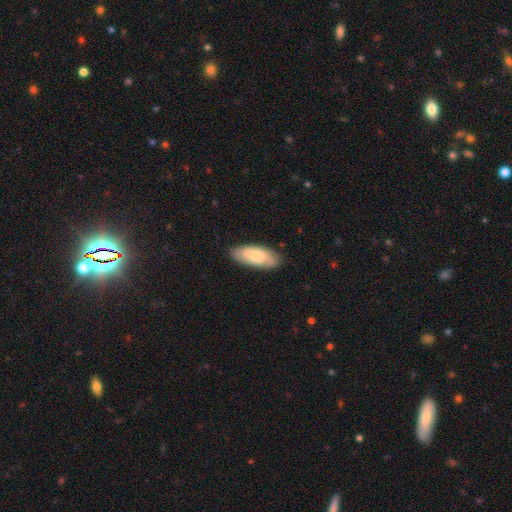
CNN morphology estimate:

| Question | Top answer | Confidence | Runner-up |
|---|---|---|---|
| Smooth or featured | smooth | 61% | featured or disk (33%) |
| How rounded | in between | 83% | cigar-shaped (15%) |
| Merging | none | 81% | minor disturbance (14%) |